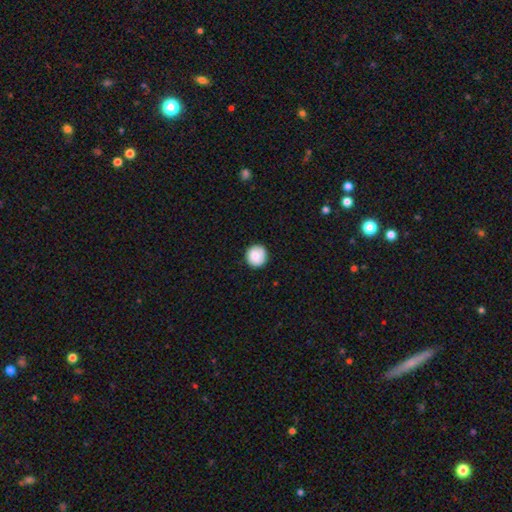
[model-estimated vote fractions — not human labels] Smooth or featured? Predicted: smooth (p=0.83). How rounded? Predicted: round (p=0.93). Merging? Predicted: none (p=0.85).